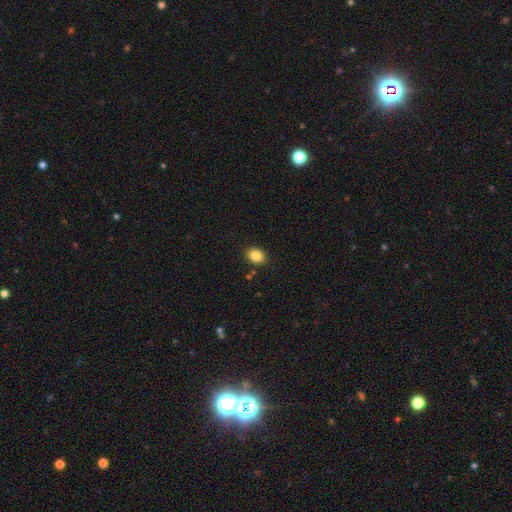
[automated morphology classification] Overall: smooth (86%). How rounded: in between (65%; round 34%). Merging: none (86%).